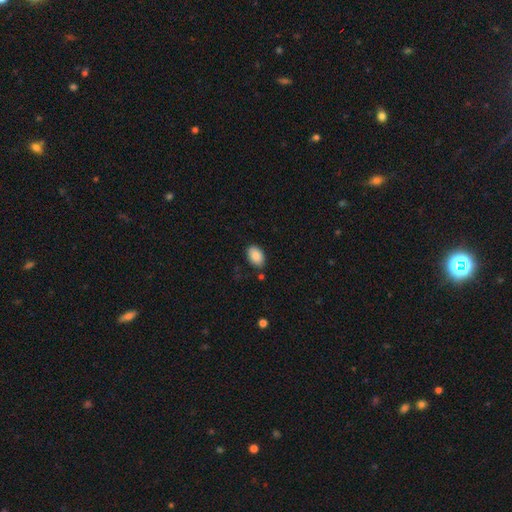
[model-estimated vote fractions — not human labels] Smooth or featured? Predicted: smooth (p=0.87). How rounded? Predicted: in between (p=0.89). Merging? Predicted: none (p=0.82).